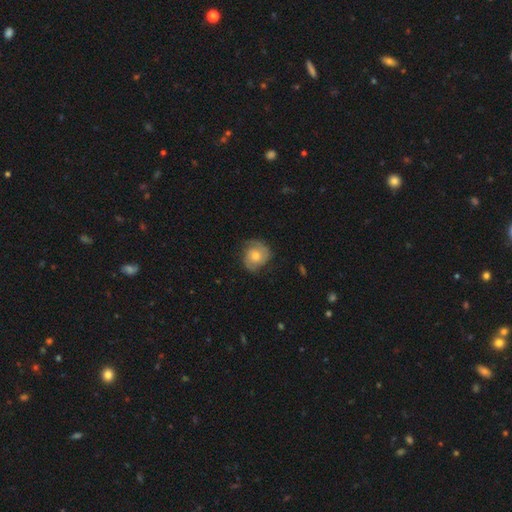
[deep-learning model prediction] featured or disk 62%, smooth 31%, star or artifact 7%. Down the decision tree: edge-on disk — no (97%); bar — no (74%); spiral arms — yes (90%); spiral arm count — 2 (78%); spiral winding — tight (46%); bulge size — moderate (61%); merging — none (71%).